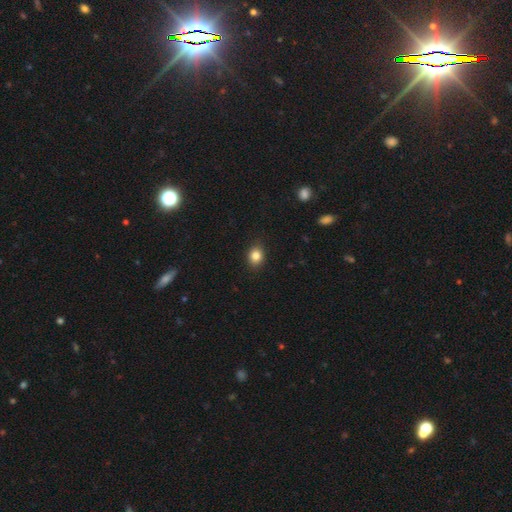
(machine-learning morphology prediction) type=smooth (84%); roundness=round (54%); merging=none (87%).